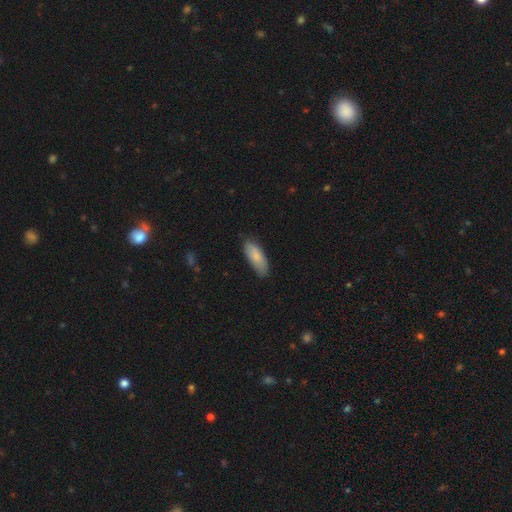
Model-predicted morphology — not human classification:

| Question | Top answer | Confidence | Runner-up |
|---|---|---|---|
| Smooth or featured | smooth | 83% | featured or disk (12%) |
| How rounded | in between | 70% | cigar-shaped (28%) |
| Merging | none | 78% | minor disturbance (18%) |